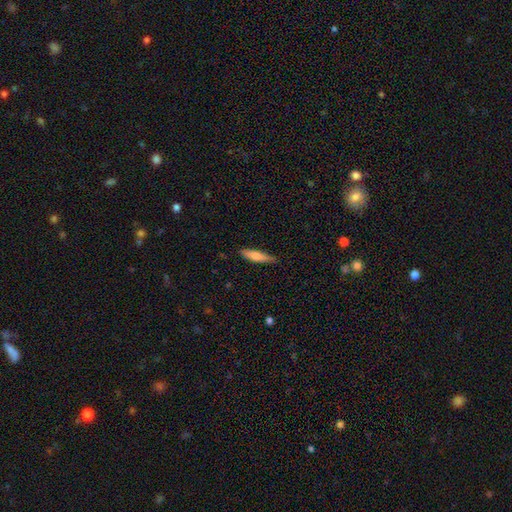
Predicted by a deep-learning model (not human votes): A smooth galaxy with no disk features (70%) that is cigar-shaped (76%).

Vote fractions:
- Smooth or featured? smooth: 70% / featured or disk: 24% / star or artifact: 6%
- How rounded? cigar-shaped: 76% / in between: 23% / round: 2%
- Merging? none: 81% / minor disturbance: 15% / major disturbance: 2% / merger: 1%